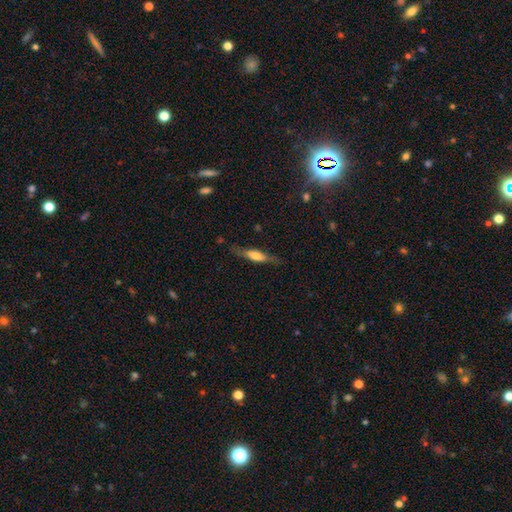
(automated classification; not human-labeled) This is possibly a smooth galaxy (53%). How rounded: likely cigar-shaped (70%). Merging: likely none (77%).